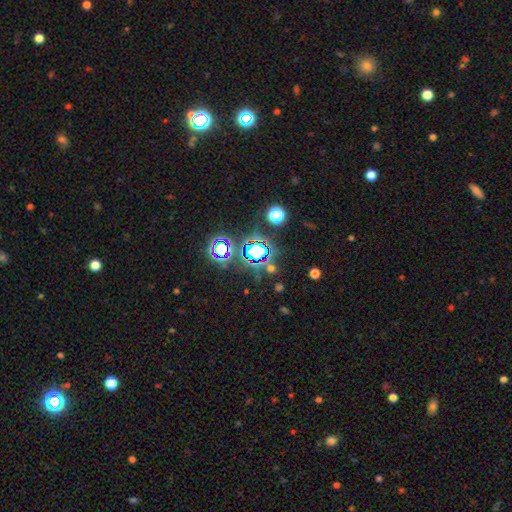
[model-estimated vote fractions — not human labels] Smooth or featured? star or artifact (69%)